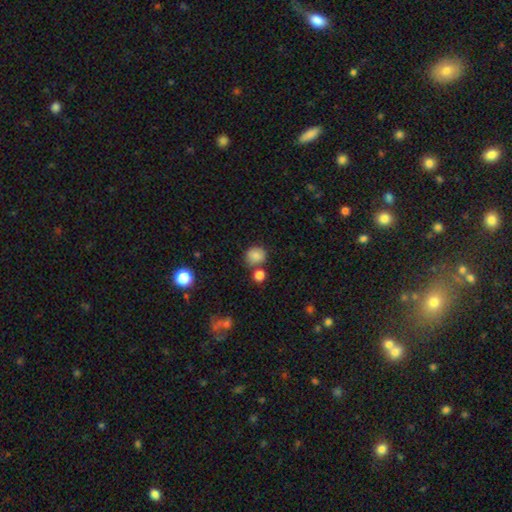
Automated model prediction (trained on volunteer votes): Smooth or featured?
  - smooth: 83% *
  - star or artifact: 11%
  - featured or disk: 6%
How rounded?
  - round: 77% *
  - in between: 22%
  - cigar-shaped: 1%
Merging?
  - none: 67% *
  - merger: 16%
  - minor disturbance: 13%
  - major disturbance: 4%